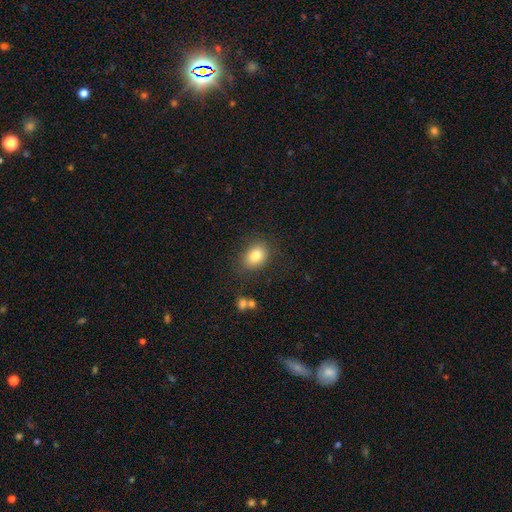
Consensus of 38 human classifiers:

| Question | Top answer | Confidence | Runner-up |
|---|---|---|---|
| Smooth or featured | smooth | 79% | featured or disk (13%) |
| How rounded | in between | 67% | round (33%) |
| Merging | none | 77% | minor disturbance (14%) |